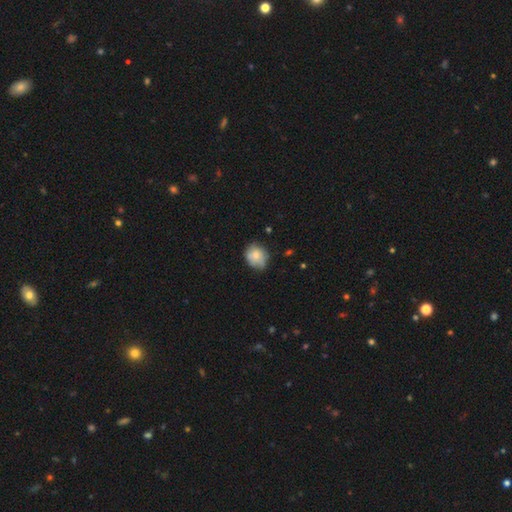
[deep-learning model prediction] Smooth or featured? Predicted: smooth (p=0.68). How rounded? Predicted: round (p=0.69). Merging? Predicted: none (p=0.56).